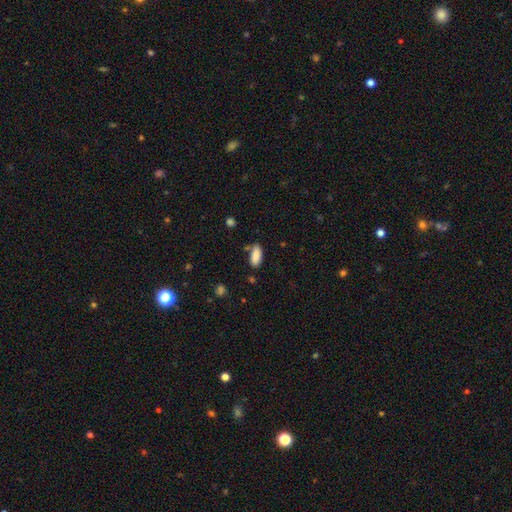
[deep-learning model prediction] This appears to be a smooth galaxy with no disk features (88%) that is in between round and cigar-shaped (84%). Merging: none (72%).